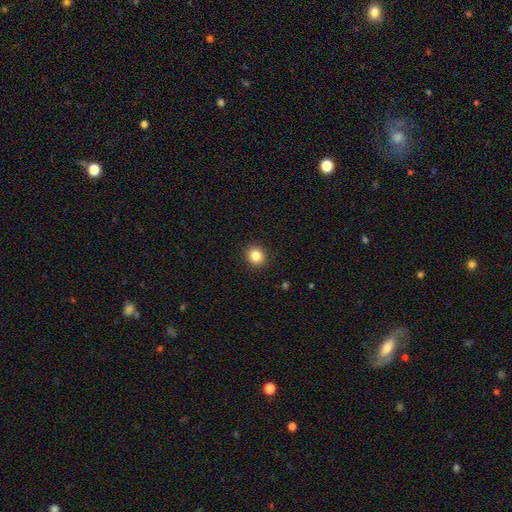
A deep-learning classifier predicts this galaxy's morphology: The model was most divided on "how rounded": round: 79%, in between: 20%, cigar-shaped: 1%. More confident: merging — none (91%); smooth or featured — smooth (84%).